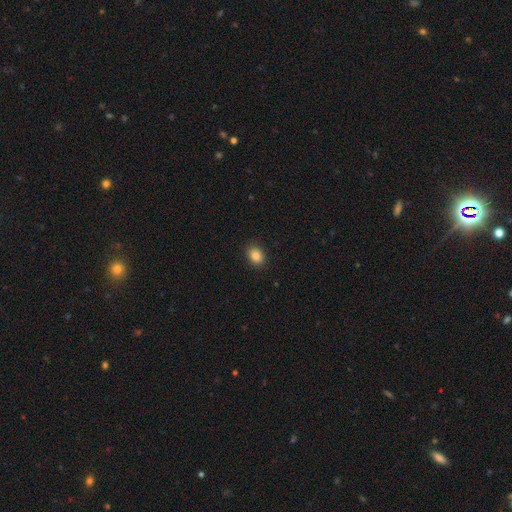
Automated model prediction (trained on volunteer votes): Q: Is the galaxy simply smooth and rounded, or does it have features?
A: smooth — 86%.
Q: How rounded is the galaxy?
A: in between — 60%.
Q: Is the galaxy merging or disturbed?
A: none — 89%.